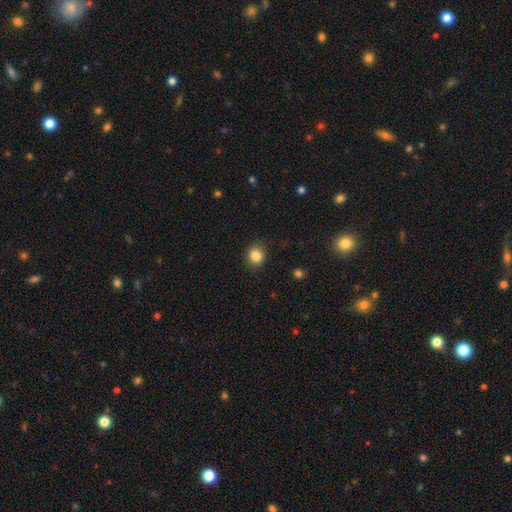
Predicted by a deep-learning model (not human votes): Morphology: type=smooth (85%); roundness=round (76%); merging=none (85%).